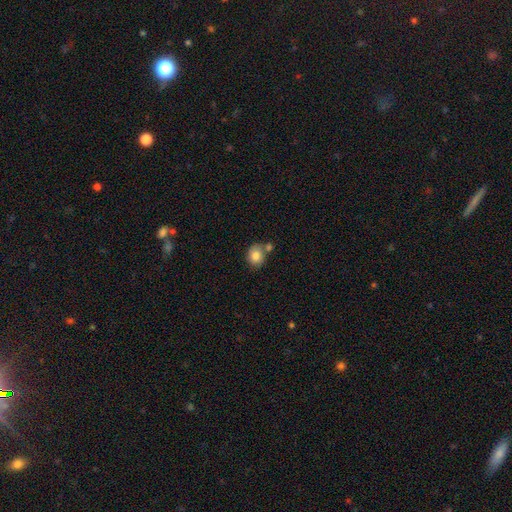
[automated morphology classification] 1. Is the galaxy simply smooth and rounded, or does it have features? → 83% smooth, 9% star or artifact, 9% featured or disk.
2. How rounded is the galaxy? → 68% round, 31% in between, 1% cigar-shaped.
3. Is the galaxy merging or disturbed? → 57% none, 24% merger, 14% minor disturbance, 4% major disturbance.